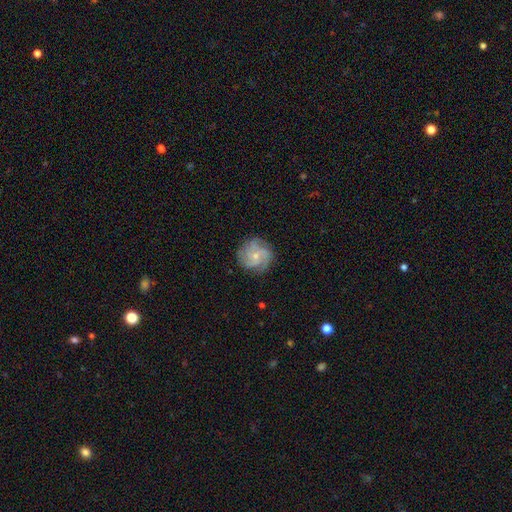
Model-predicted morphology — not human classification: Q: Smooth or featured?
A: featured or disk (75%); runner-up: smooth (18%)
Q: Edge-on disk?
A: no (98%); runner-up: yes (2%)
Q: Bar?
A: no (73%); runner-up: weak (24%)
Q: Spiral arms?
A: yes (95%); runner-up: no (5%)
Q: Spiral winding?
A: tight (45%); runner-up: medium (42%)
Q: Spiral arm count?
A: 3 (40%); runner-up: can't tell (19%)
Q: Bulge size?
A: small (66%); runner-up: moderate (29%)
Q: Merging?
A: none (78%); runner-up: minor disturbance (15%)